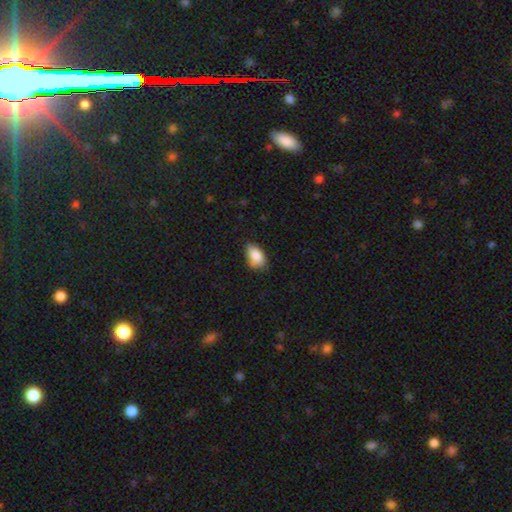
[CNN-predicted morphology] smooth 86%, star or artifact 7%, featured or disk 6%. Down the decision tree: how rounded — in between (91%); merging — none (65%).